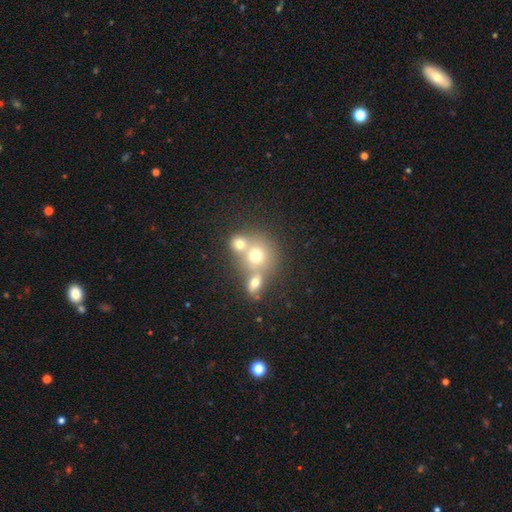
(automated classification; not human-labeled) Smooth or featured? Predicted: smooth (p=0.65). How rounded? Predicted: round (p=0.80). Merging? Predicted: merger (p=0.54).